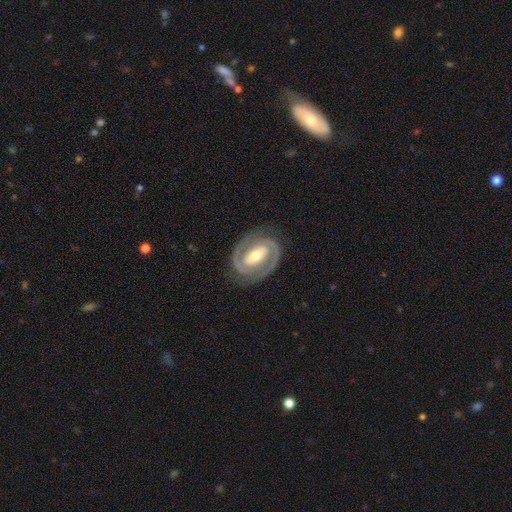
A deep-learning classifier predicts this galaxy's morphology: This is clearly a featured or disk galaxy (91%). It is clearly not viewed edge-on (97%). Bar: marginally strong (42%). Spiral arm pattern: clearly yes (96%). Spiral arm count: clearly 2 (92%). Spiral winding: possibly tight (58%). Central bulge: likely moderate (66%). Merging: clearly none (85%).